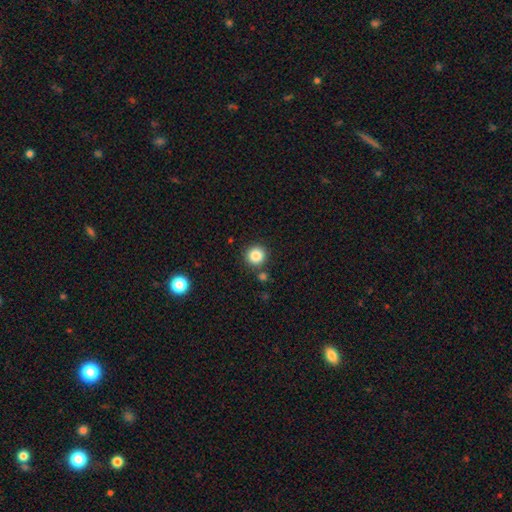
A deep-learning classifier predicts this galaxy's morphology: Smooth or featured: smooth — 86% (star or artifact — 10%)
How rounded: round — 94% (in between — 5%)
Merging: none — 85% (minor disturbance — 7%)